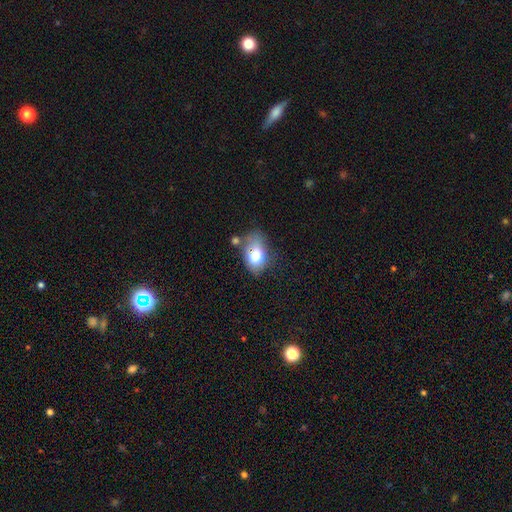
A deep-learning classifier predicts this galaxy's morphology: smooth_or_featured: smooth (p=0.69) [alt: featured or disk p=0.21]
how_rounded: in between (p=0.79) [alt: round p=0.20]
merging: none (p=0.49) [alt: minor disturbance p=0.26]